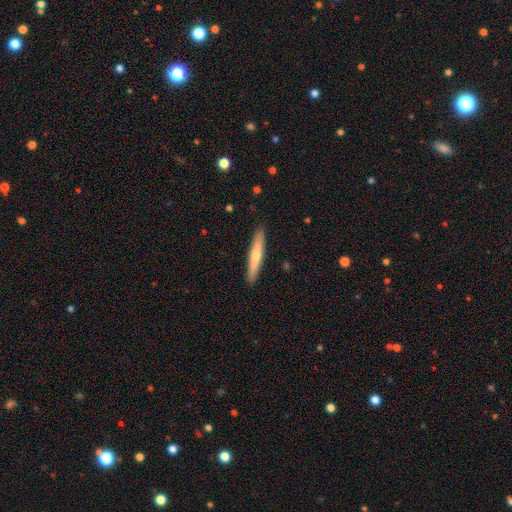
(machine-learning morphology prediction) smooth-or-featured: smooth: 53% | featured or disk: 42% | star or artifact: 5%
  how-rounded: cigar-shaped: 94% | in between: 5% | round: 1%
  merging: none: 91% | minor disturbance: 6% | major disturbance: 1% | merger: 1%